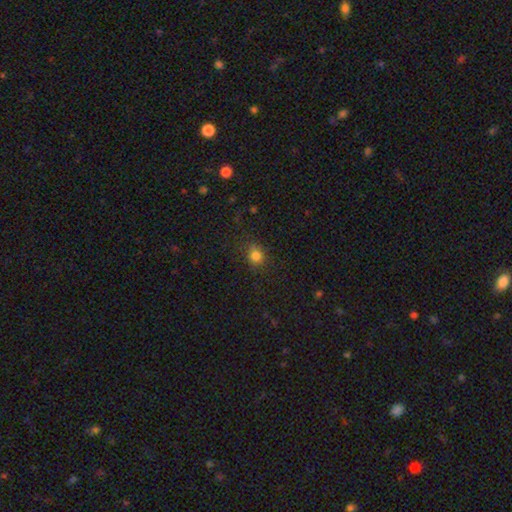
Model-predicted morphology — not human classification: Smooth or featured? Predicted: smooth (p=0.80). How rounded? Predicted: round (p=0.73). Merging? Predicted: none (p=0.81).